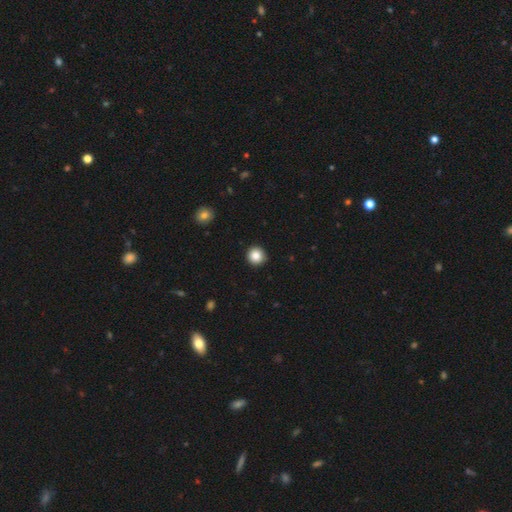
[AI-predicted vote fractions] Smooth or featured? smooth (86%)
How rounded? round (95%)
Merging? none (93%)